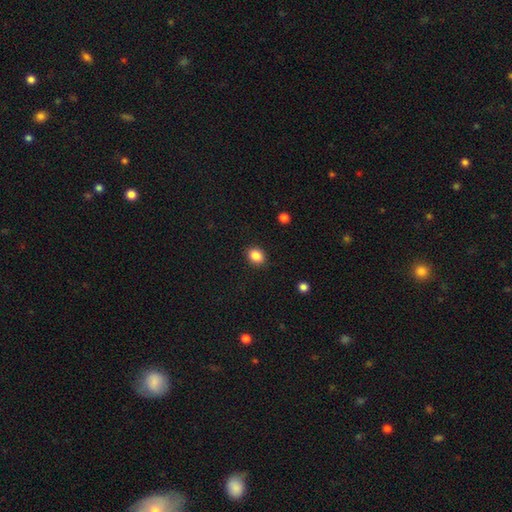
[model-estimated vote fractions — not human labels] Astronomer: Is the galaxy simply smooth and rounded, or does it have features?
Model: smooth — 86%.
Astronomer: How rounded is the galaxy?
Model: round — 54% (runner-up: in between, 45%).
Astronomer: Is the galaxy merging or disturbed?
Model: none — 89%.